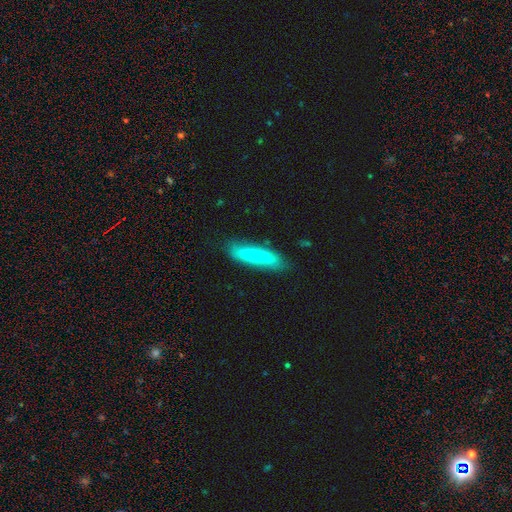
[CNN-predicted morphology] The model was most divided on "smooth or featured": smooth: 55%, featured or disk: 39%, star or artifact: 6%. More confident: how rounded — cigar-shaped (78%); merging — none (75%).